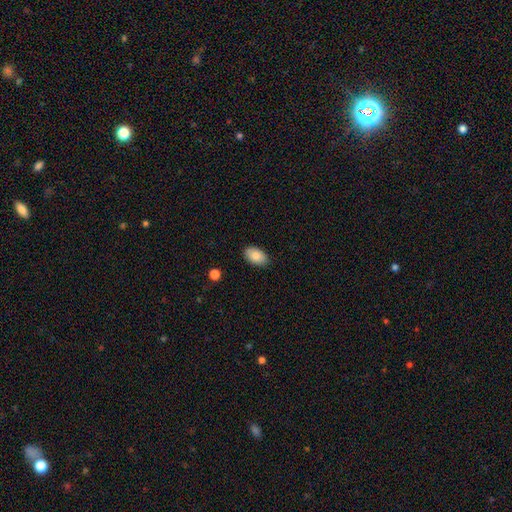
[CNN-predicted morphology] type=smooth (86%); roundness=in between (92%); merging=none (88%).